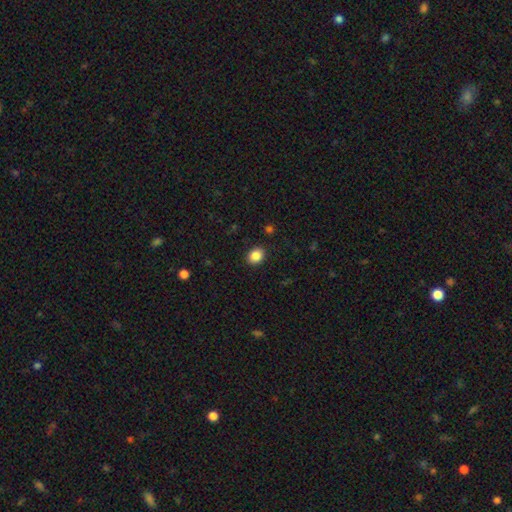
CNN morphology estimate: Smooth or featured? smooth (87%)
How rounded? round (54%)
Merging? none (89%)